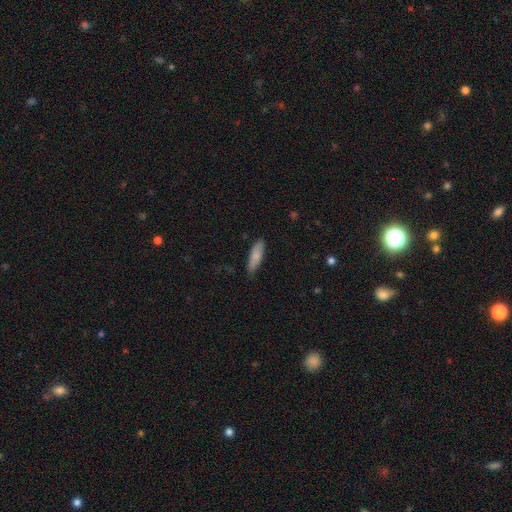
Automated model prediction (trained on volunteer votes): smooth 80%, featured or disk 14%, star or artifact 6%. Down the decision tree: how rounded — cigar-shaped (56%); merging — none (81%).